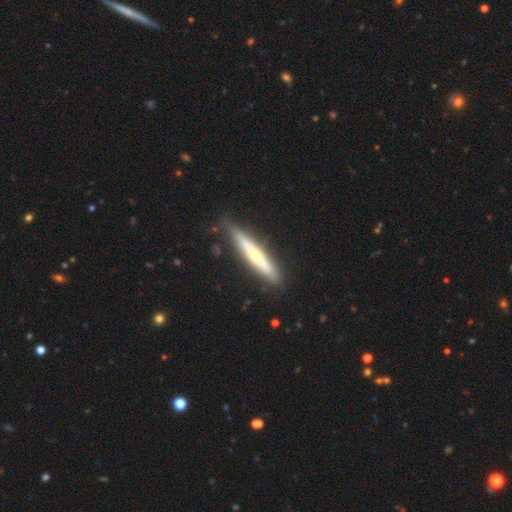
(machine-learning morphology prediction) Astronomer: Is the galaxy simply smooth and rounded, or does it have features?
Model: featured or disk — 51% (runner-up: smooth, 44%).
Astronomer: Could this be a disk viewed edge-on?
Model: yes — 95%.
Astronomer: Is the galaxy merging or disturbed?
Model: none — 85%.